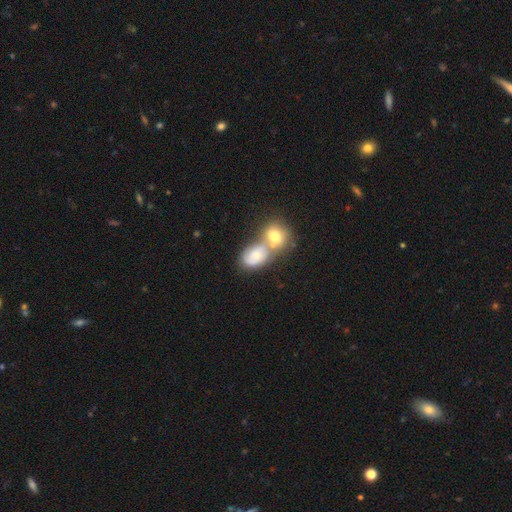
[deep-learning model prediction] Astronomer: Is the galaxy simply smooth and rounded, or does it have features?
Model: smooth — 62%.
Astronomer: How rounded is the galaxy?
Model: in between — 71%.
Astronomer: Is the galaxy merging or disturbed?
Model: merger — 61%.